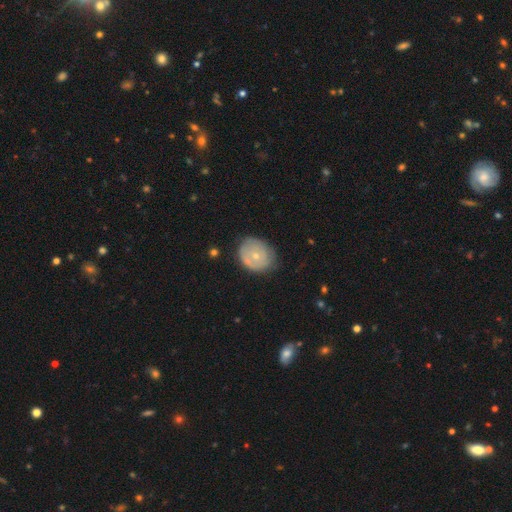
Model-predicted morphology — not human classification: type=smooth (49%); merging=none (66%).